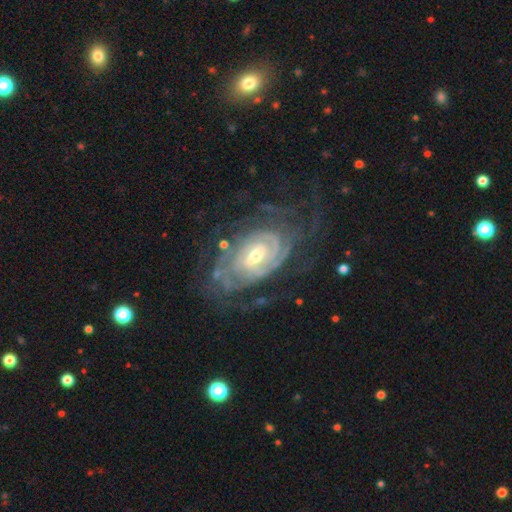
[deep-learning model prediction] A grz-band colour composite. It shows a featured or disk galaxy (90%) with a weak bar (47%), tight (76%) spiral arms (97%) and a moderate central bulge (59%). Merging: none (65%).